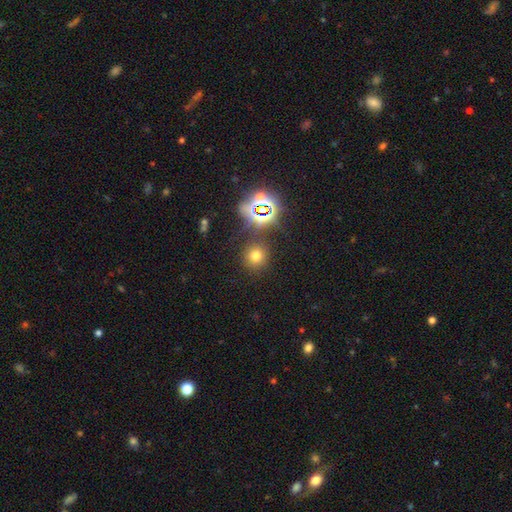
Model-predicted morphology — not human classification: Smooth or featured? smooth (64%)
How rounded? round (88%)
Merging? none (84%)